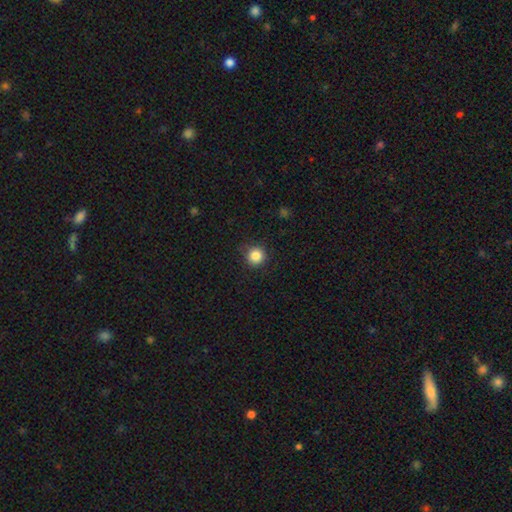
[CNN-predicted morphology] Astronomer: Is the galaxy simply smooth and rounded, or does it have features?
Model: smooth — 85%.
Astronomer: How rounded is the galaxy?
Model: round — 94%.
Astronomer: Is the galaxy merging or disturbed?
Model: none — 84%.